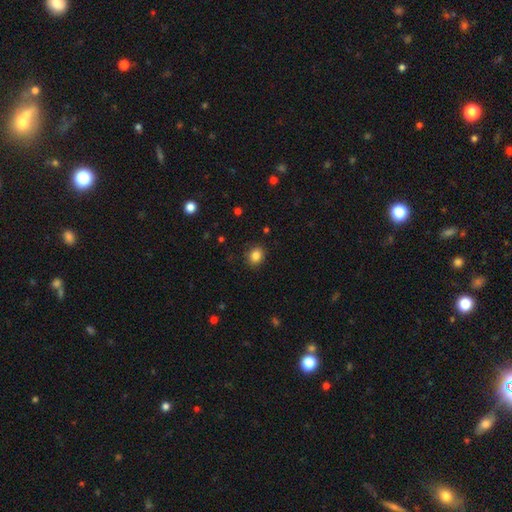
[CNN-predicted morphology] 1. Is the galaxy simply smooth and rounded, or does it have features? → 84% smooth, 11% star or artifact, 6% featured or disk.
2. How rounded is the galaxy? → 63% round, 36% in between, 1% cigar-shaped.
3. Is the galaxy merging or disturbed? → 89% none, 8% minor disturbance, 2% major disturbance, 1% merger.